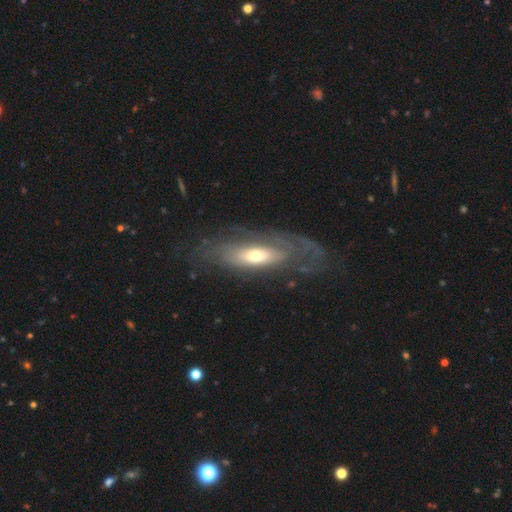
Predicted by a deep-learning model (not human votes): A featured or disk galaxy (68%) with no bar (76%), spiral arms (63%) and a moderate central bulge (62%). Merging: none (58%).